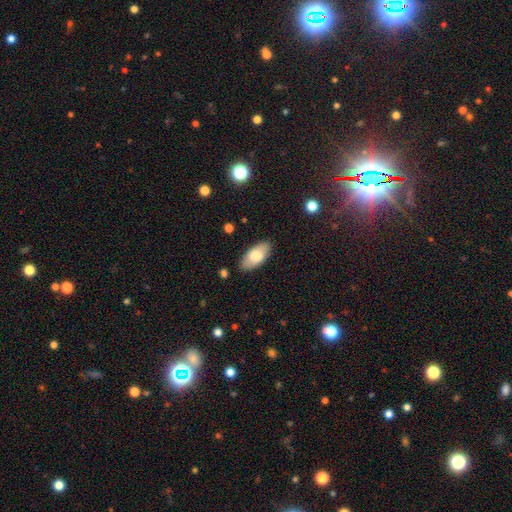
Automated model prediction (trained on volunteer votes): smooth 74%, featured or disk 20%, star or artifact 6%. Down the decision tree: how rounded — in between (92%); merging — none (86%).